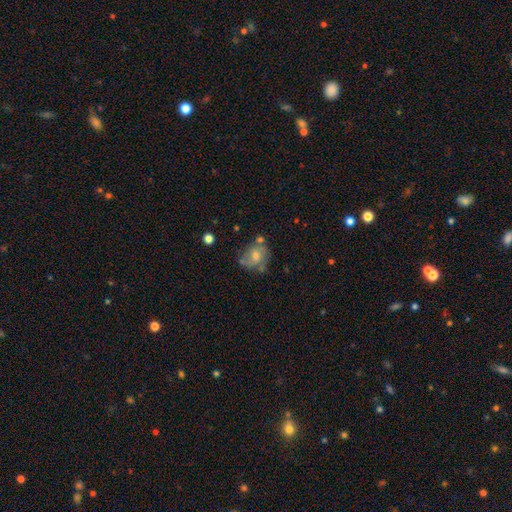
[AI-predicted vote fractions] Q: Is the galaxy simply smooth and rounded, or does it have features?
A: featured or disk — 51%.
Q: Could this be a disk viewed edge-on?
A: no — 96%.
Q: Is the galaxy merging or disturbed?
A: none — 52%.